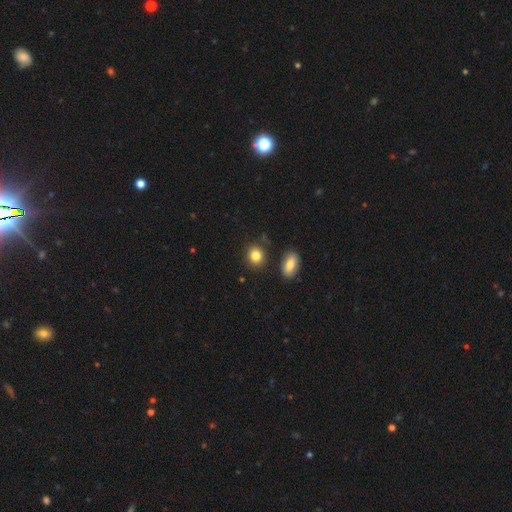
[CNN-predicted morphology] smooth-or-featured: smooth: 84% | star or artifact: 10% | featured or disk: 7%
  how-rounded: round: 71% | in between: 28% | cigar-shaped: 1%
  merging: none: 84% | minor disturbance: 9% | merger: 5% | major disturbance: 3%